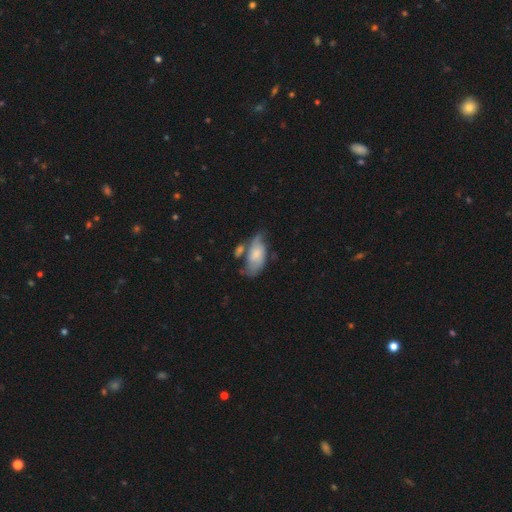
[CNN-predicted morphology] Overall: featured or disk (50%; smooth 43%). Merging: none (37%; minor disturbance 27%).